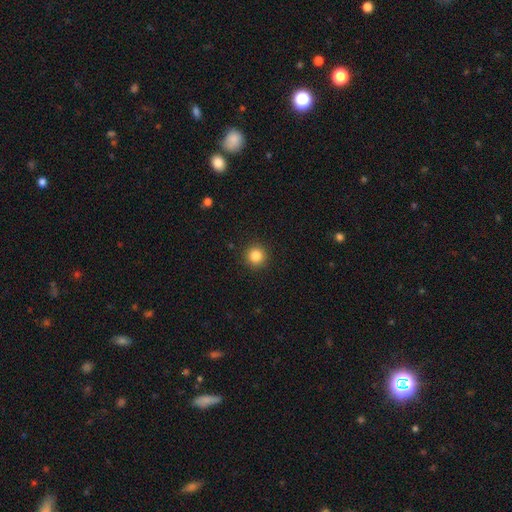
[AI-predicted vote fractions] A smooth galaxy with no disk features (85%) that is round (95%). Merging: none (92%).